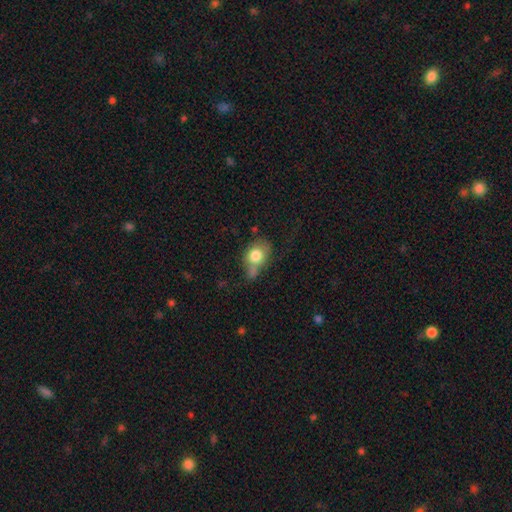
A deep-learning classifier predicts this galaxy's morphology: A smooth galaxy with no disk features (77%) that is in between round and cigar-shaped (62%). Merging: none (39%).